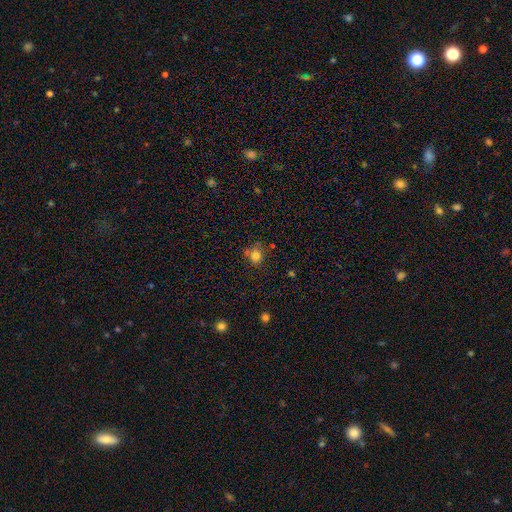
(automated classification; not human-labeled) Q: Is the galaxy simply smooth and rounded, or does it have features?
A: smooth — 79%.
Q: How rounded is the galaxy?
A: round — 81%.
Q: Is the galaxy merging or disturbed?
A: none — 64%.